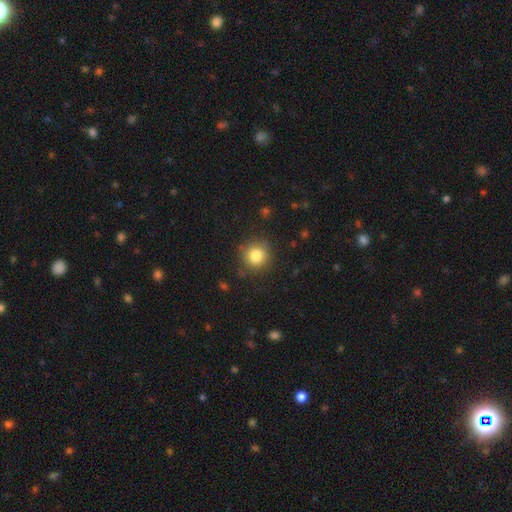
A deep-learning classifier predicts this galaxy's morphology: smooth-or-featured: smooth: 83% | star or artifact: 11% | featured or disk: 6%
  how-rounded: round: 90% | in between: 9% | cigar-shaped: 1%
  merging: none: 84% | minor disturbance: 11% | major disturbance: 3% | merger: 2%